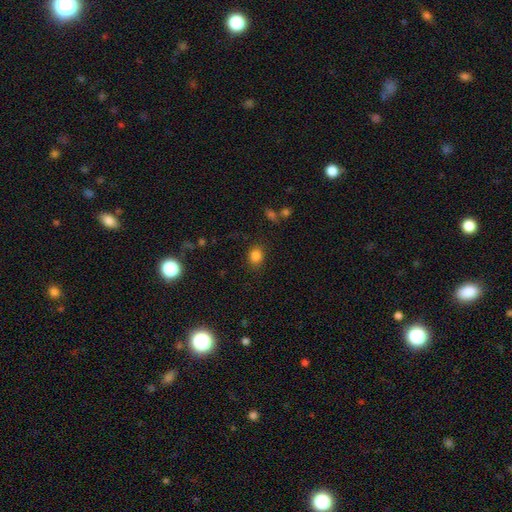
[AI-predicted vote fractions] This appears to be a smooth galaxy with no disk features (84%) that is round (57%). Merging: none (84%).